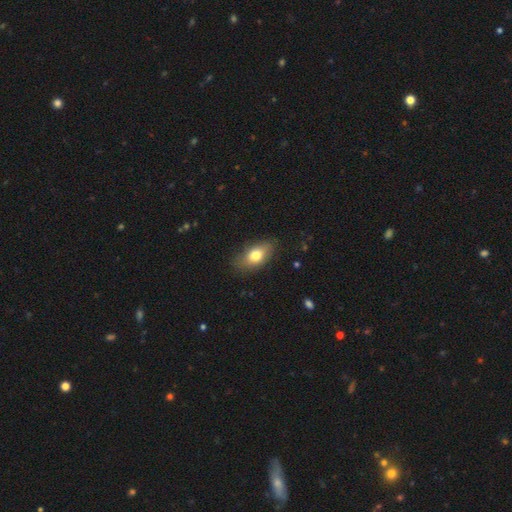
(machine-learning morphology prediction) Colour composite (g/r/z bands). It shows a smooth galaxy with no disk features (75%) that is in between round and cigar-shaped (85%). Merging: none (79%).